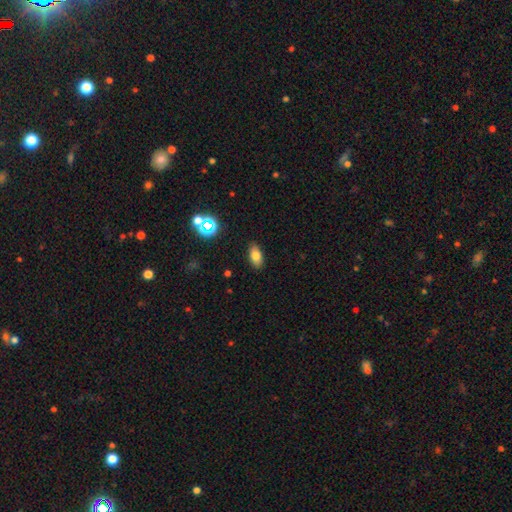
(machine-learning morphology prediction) Overall: smooth (77%). How rounded: in between (89%). Merging: none (87%).